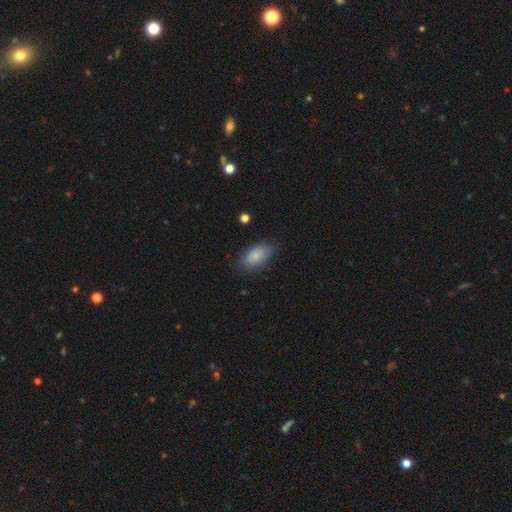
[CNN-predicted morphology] This appears to be a smooth galaxy with no disk features (84%) that is in between round and cigar-shaped (92%). Merging: none (74%).